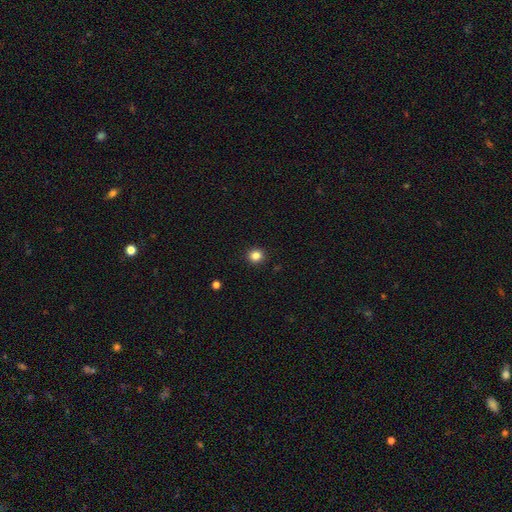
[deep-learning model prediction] This is clearly a smooth galaxy (84%). How rounded: clearly round (89%). Merging: clearly none (92%).